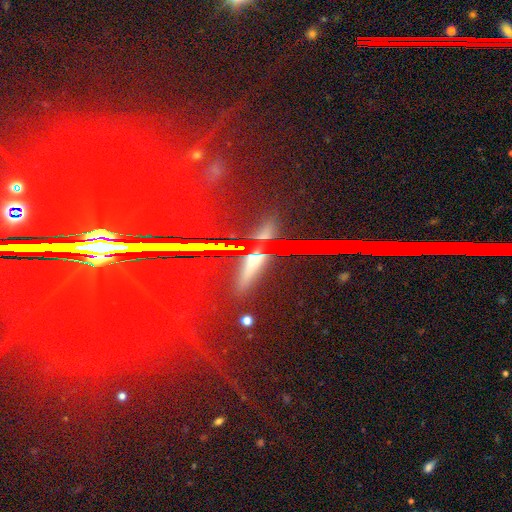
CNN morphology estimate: star or artifact 56%, smooth 24%, featured or disk 20%.